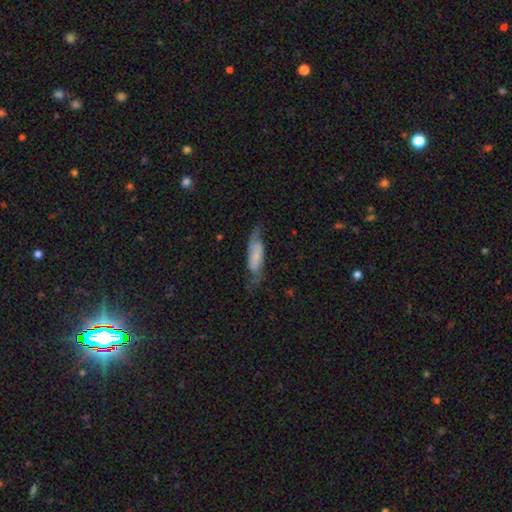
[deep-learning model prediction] smooth_or_featured: featured or disk (p=0.52) [alt: smooth p=0.40]
disk_edge_on: no (p=0.79) [alt: yes p=0.21]
merging: none (p=0.60) [alt: minor disturbance p=0.24]